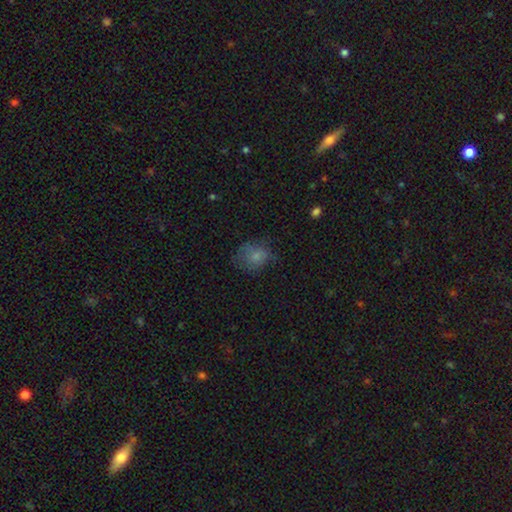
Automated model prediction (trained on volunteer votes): Morphology: type=smooth (72%); roundness=round (56%); merging=none (53%).